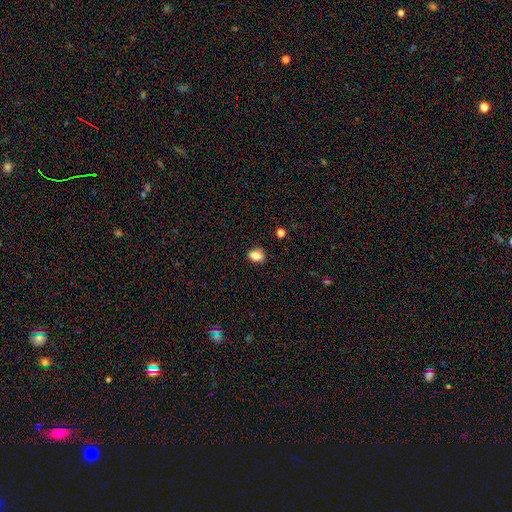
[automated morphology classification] The model was most divided on "how rounded": in between: 69%, round: 30%, cigar-shaped: 1%. More confident: merging — none (88%); smooth or featured — smooth (84%).